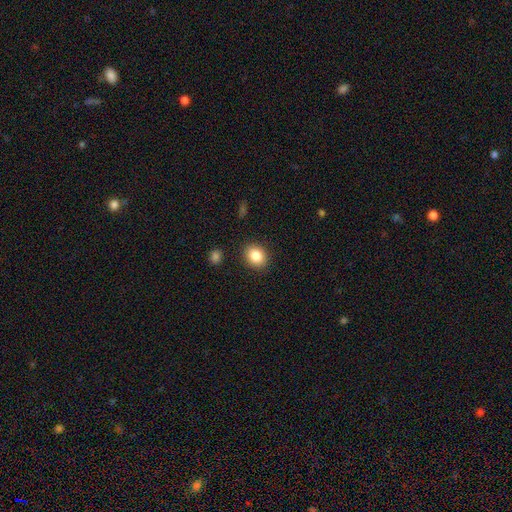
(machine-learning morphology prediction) The model was most divided on "how rounded": round: 57%, in between: 43%, cigar-shaped: 1%. More confident: merging — none (89%); smooth or featured — smooth (85%).